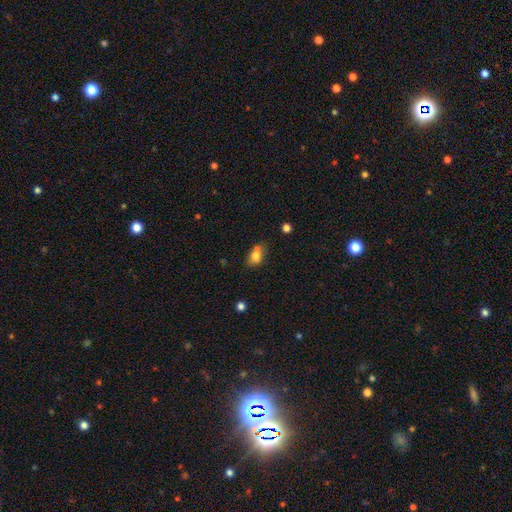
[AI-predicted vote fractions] Morphology: type=smooth (78%); roundness=in between (75%); merging=none (53%).